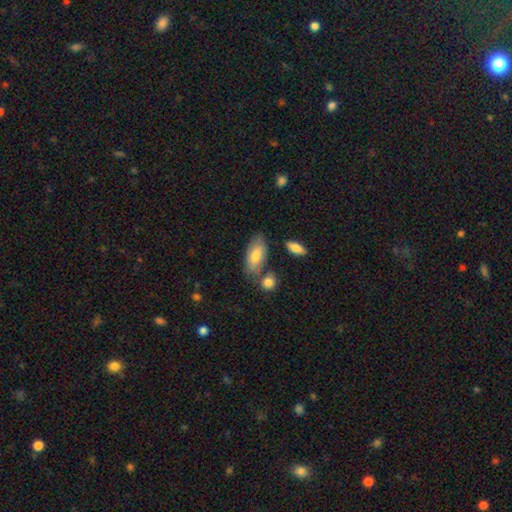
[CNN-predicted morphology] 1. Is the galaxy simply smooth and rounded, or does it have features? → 73% smooth, 20% featured or disk, 7% star or artifact.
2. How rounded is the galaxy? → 87% in between, 10% cigar-shaped, 3% round.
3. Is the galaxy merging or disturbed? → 68% none, 17% minor disturbance, 11% merger, 4% major disturbance.